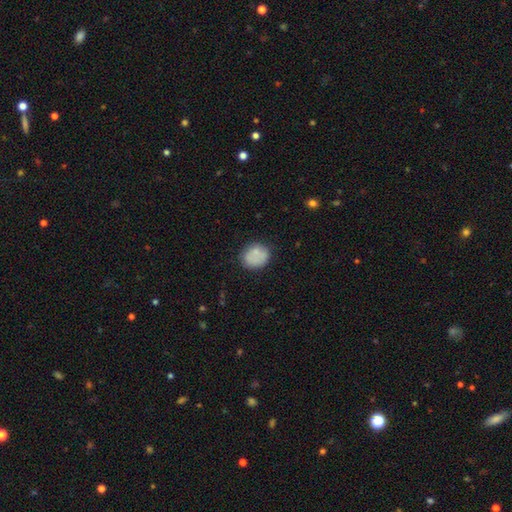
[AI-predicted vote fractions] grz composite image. It shows a smooth galaxy with no disk features (77%) that is round (68%). Merging: none (67%).